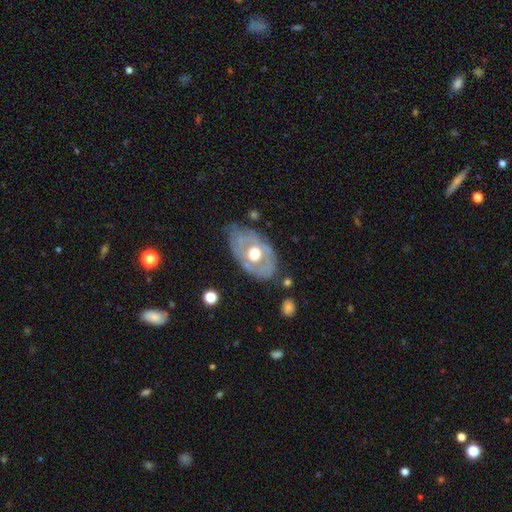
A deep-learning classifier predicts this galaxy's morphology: The model was most divided on "spiral arms": no: 68%, yes: 32%. More confident: edge-on disk — no (91%); bar — no (82%); bulge size — moderate (75%); smooth or featured — featured or disk (68%); merging — none (66%).